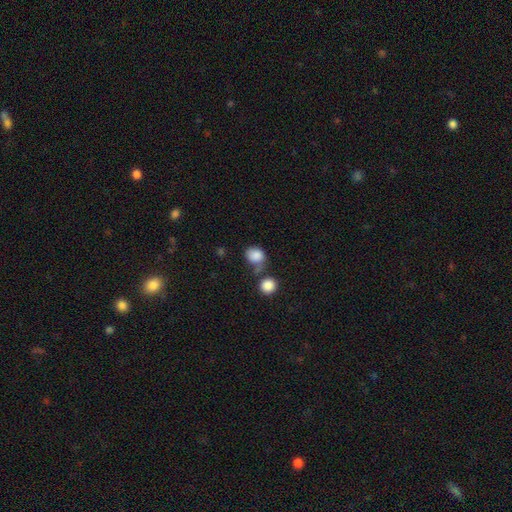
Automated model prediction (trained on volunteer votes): A smooth galaxy with no disk features (85%) that is round (58%).

Vote fractions:
- Smooth or featured? smooth: 85% / star or artifact: 9% / featured or disk: 6%
- How rounded? round: 58% / in between: 41% / cigar-shaped: 1%
- Merging? none: 47% / merger: 27% / minor disturbance: 18% / major disturbance: 8%